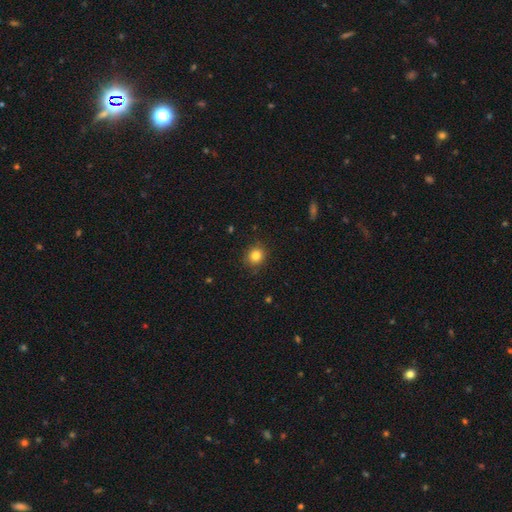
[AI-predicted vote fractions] smooth-or-featured: smooth: 83% | star or artifact: 12% | featured or disk: 6%
  how-rounded: round: 84% | in between: 15% | cigar-shaped: 1%
  merging: none: 88% | minor disturbance: 9% | major disturbance: 2% | merger: 1%